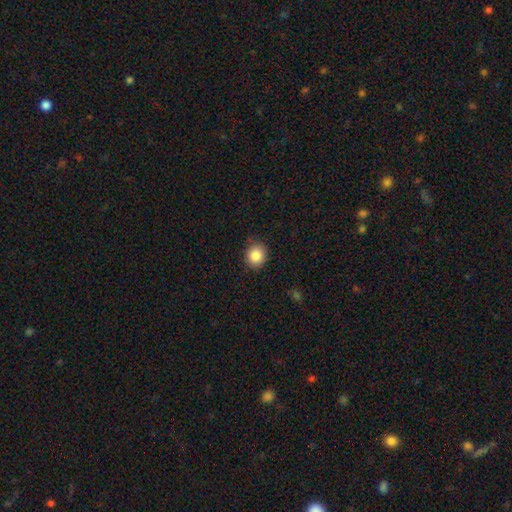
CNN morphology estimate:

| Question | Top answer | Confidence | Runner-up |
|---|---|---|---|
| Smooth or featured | smooth | 86% | star or artifact (9%) |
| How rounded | round | 82% | in between (17%) |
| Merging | none | 86% | minor disturbance (11%) |